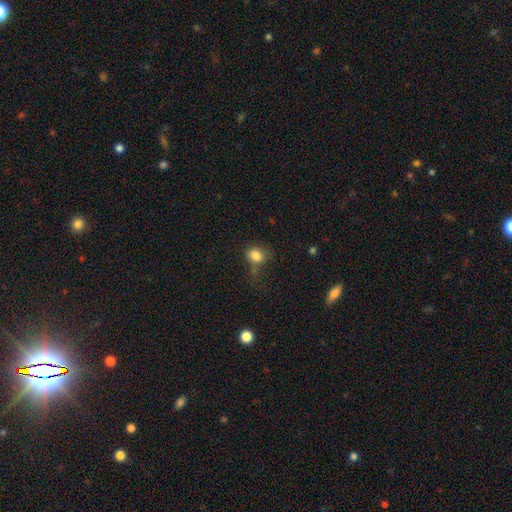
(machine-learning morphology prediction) smooth_or_featured: smooth (p=0.82) [alt: star or artifact p=0.11]
how_rounded: in between (p=0.54) [alt: round p=0.45]
merging: none (p=0.53) [alt: minor disturbance p=0.25]